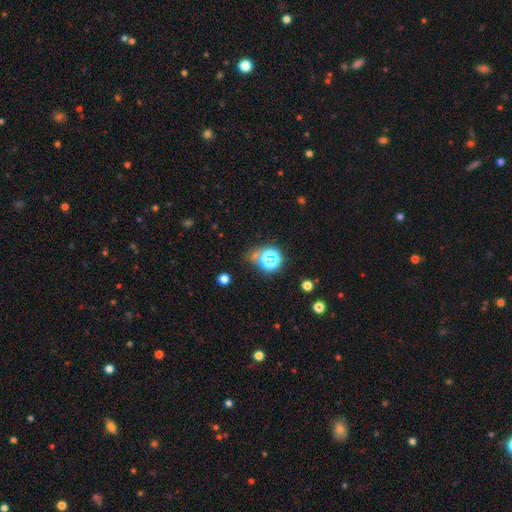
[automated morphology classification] smooth-or-featured: star or artifact: 64% | smooth: 26% | featured or disk: 9%